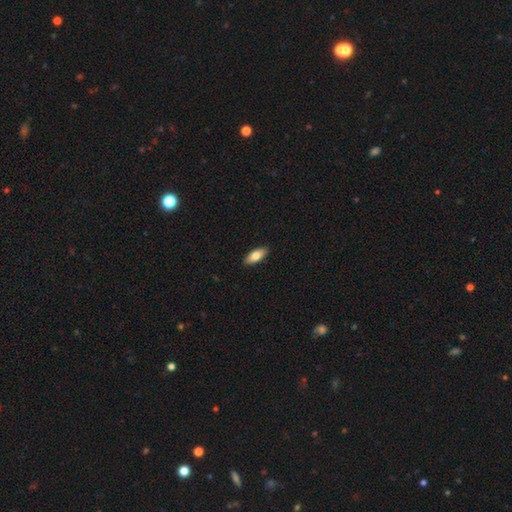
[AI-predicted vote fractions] Smooth or featured: smooth — 77% (featured or disk — 17%)
How rounded: in between — 81% (cigar-shaped — 17%)
Merging: none — 90% (minor disturbance — 7%)